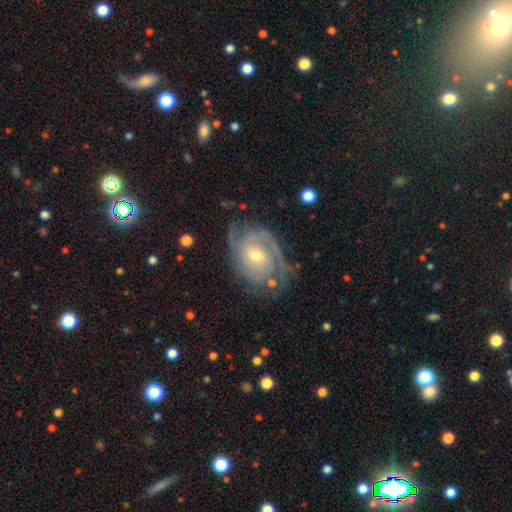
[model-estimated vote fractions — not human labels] This appears to be a featured or disk galaxy (86%) with no bar (59%), 2 (40%) tight (58%) spiral arms (95%) and a moderate central bulge (51%). Merging: none (67%).